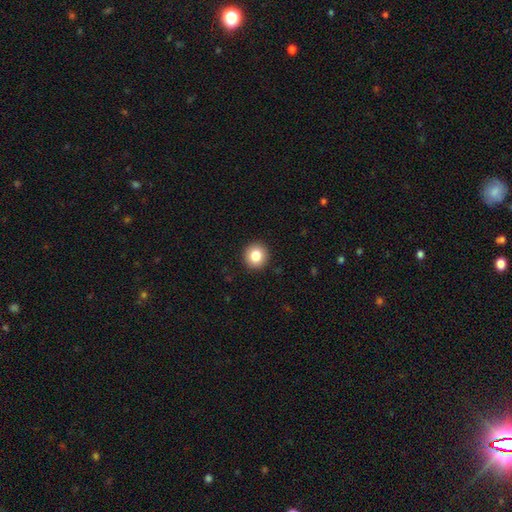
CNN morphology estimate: A smooth galaxy with no disk features (83%) that is round (92%). Merging: none (93%).